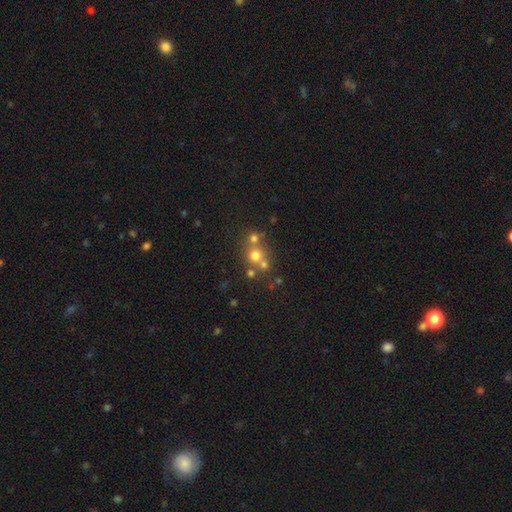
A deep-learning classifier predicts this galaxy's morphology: smooth_or_featured: smooth (p=0.63) [alt: star or artifact p=0.20]
how_rounded: round (p=0.86) [alt: in between p=0.13]
merging: none (p=0.51) [alt: merger p=0.38]